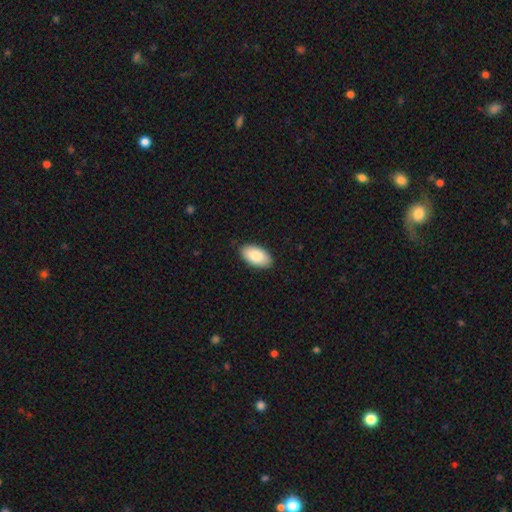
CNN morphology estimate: Smooth or featured? smooth (87%)
How rounded? in between (96%)
Merging? none (88%)